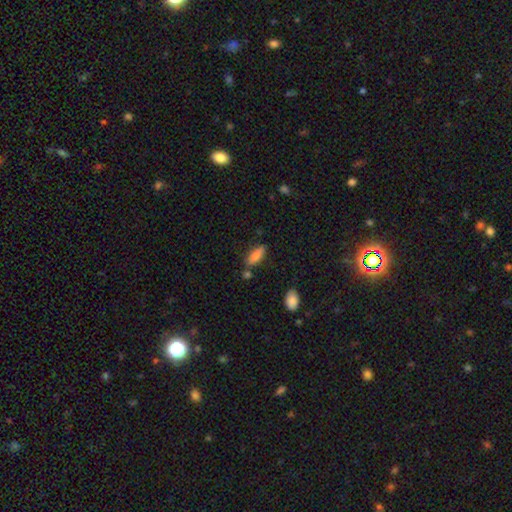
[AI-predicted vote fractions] Morphology: type=smooth (81%); roundness=in between (75%); merging=none (73%).